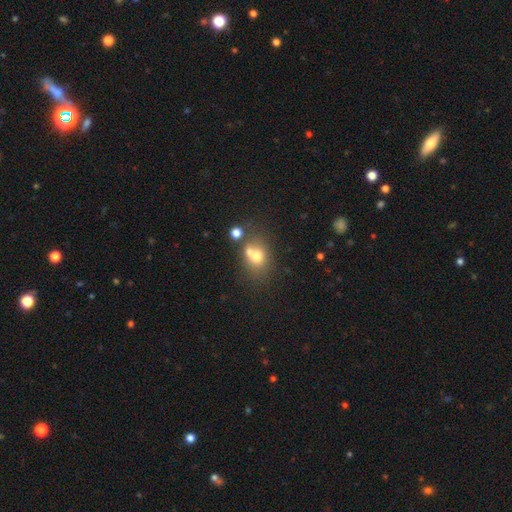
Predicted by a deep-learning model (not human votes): The model was most divided on "merging": none: 42%, merger: 41%, minor disturbance: 11%, major disturbance: 6%. More confident: smooth or featured — smooth (67%); how rounded — round (57%).